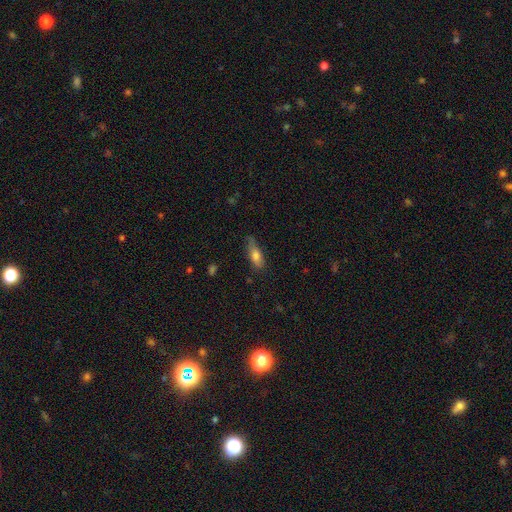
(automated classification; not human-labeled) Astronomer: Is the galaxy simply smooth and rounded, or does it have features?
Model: smooth — 72%.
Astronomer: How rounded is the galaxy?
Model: in between — 59% (runner-up: cigar-shaped, 38%).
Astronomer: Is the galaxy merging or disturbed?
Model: none — 63%.